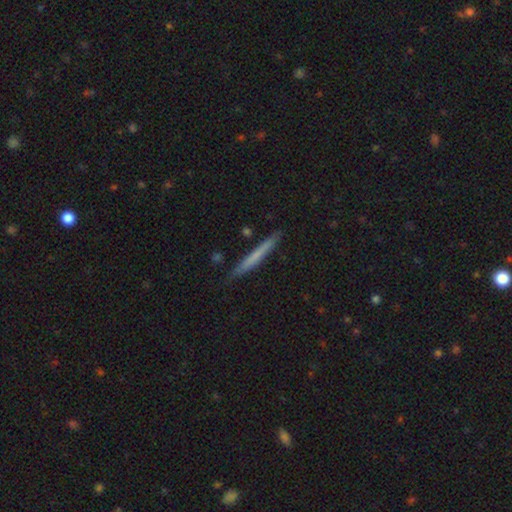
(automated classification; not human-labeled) smooth_or_featured: smooth (p=0.60) [alt: featured or disk p=0.34]
how_rounded: cigar-shaped (p=0.97) [alt: in between p=0.02]
merging: none (p=0.87) [alt: minor disturbance p=0.10]